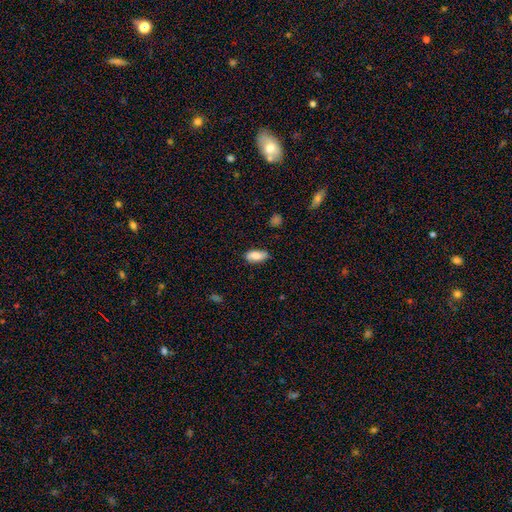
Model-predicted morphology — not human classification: A smooth galaxy with no disk features (84%) that is in between round and cigar-shaped (88%).

Vote fractions:
- Smooth or featured? smooth: 84% / featured or disk: 10% / star or artifact: 7%
- How rounded? in between: 88% / cigar-shaped: 9% / round: 2%
- Merging? none: 78% / minor disturbance: 18% / major disturbance: 3% / merger: 1%